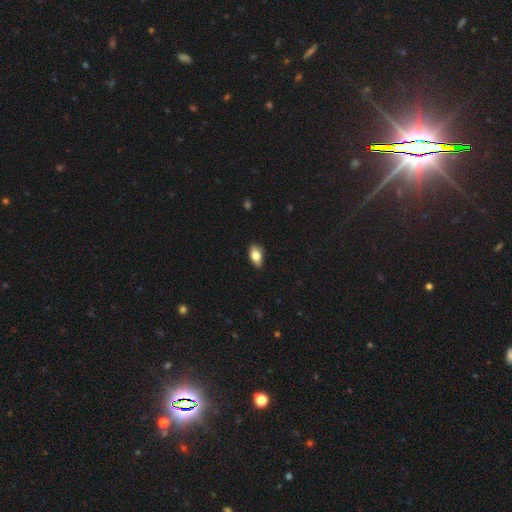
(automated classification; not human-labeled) smooth 80%, featured or disk 13%, star or artifact 7%. Down the decision tree: how rounded — in between (90%); merging — none (81%).